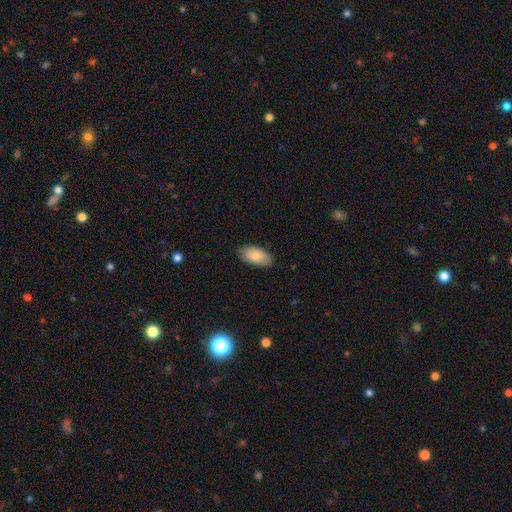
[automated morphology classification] Overall: smooth (83%). How rounded: in between (94%). Merging: none (86%).